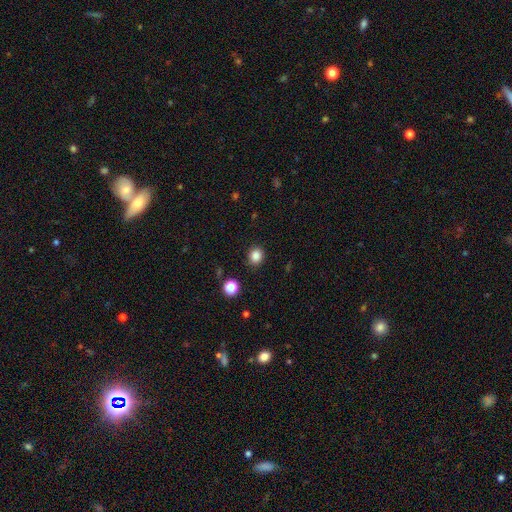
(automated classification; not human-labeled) The model was most divided on "how rounded": round: 76%, in between: 23%, cigar-shaped: 1%. More confident: merging — none (89%); smooth or featured — smooth (85%).